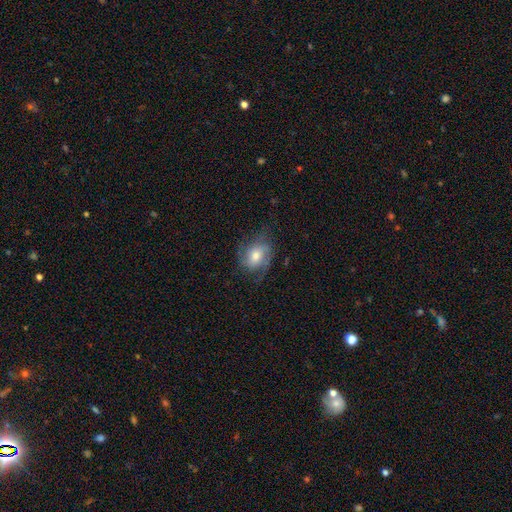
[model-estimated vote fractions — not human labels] The model was most divided on "spiral winding": medium: 47%, tight: 28%, loose: 25%. More confident: edge-on disk — no (96%); spiral arms — yes (90%); smooth or featured — featured or disk (66%); bar — no (63%); bulge size — moderate (62%); merging — none (62%); spiral arm count — 2 (57%).